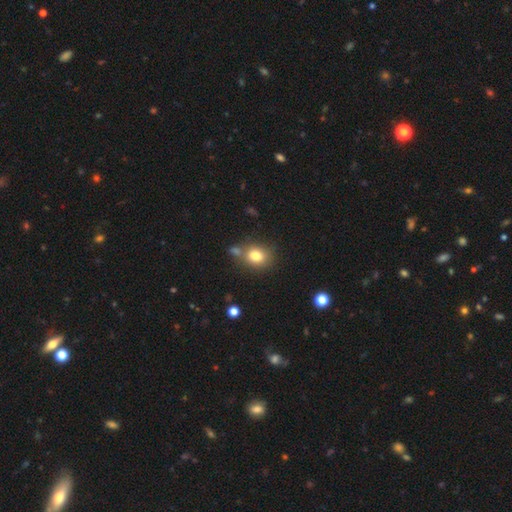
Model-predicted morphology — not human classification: Smooth or featured? Predicted: smooth (p=0.79). How rounded? Predicted: round (p=0.58). Merging? Predicted: none (p=0.65).